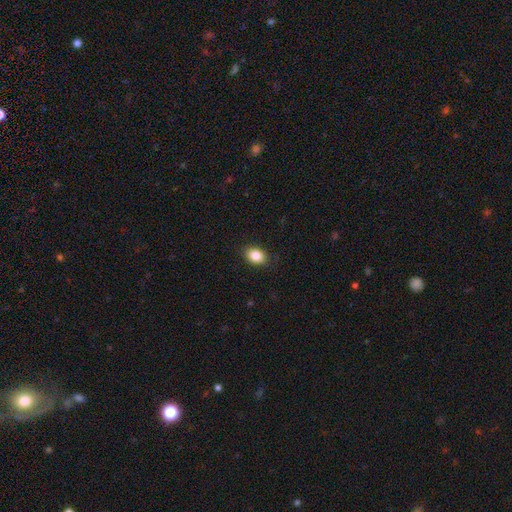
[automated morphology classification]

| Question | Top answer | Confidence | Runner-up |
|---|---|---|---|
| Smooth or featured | smooth | 86% | star or artifact (8%) |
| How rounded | in between | 77% | round (22%) |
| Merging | none | 87% | minor disturbance (9%) |